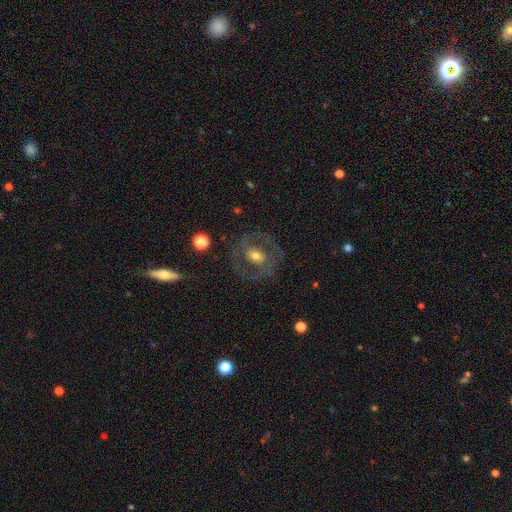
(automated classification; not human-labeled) Morphology: type=featured or disk (58%); edge-on=no (95%); bar=no (49%); spiral arms=no (67%); bulge=moderate (66%); merging=none (74%).